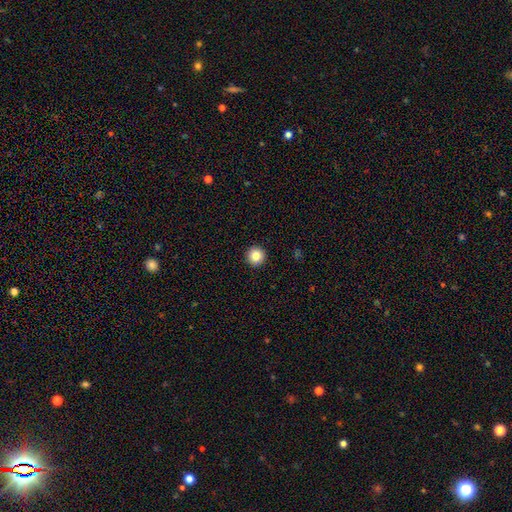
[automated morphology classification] This is clearly a smooth galaxy (85%). How rounded: clearly round (96%). Merging: clearly none (94%).